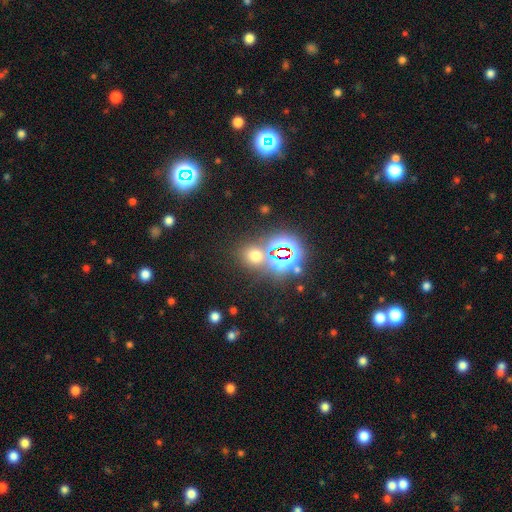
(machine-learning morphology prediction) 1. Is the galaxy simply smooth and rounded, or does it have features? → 50% smooth, 42% star or artifact, 7% featured or disk.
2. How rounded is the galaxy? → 75% round, 24% in between, 1% cigar-shaped.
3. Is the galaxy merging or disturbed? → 73% none, 14% merger, 9% minor disturbance, 4% major disturbance.